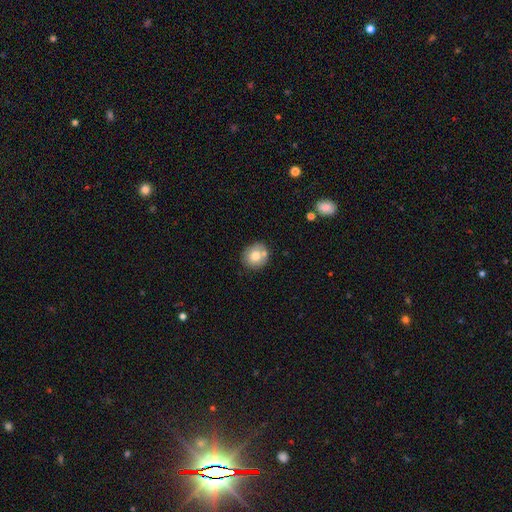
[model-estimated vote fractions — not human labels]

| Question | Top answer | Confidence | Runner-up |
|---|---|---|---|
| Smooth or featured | smooth | 74% | featured or disk (17%) |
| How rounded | round | 80% | in between (20%) |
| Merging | none | 67% | minor disturbance (15%) |